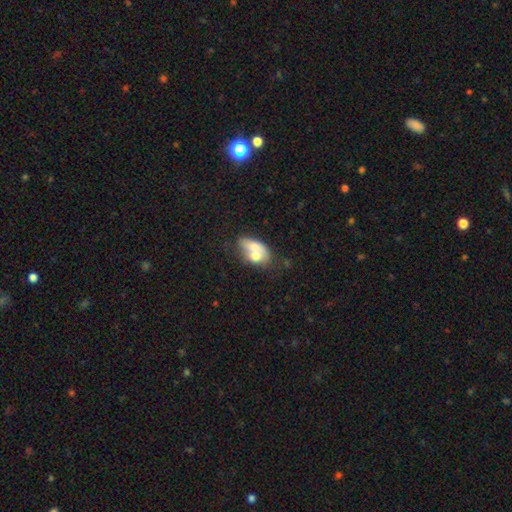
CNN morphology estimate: smooth-or-featured: smooth: 61% | featured or disk: 32% | star or artifact: 7%
  how-rounded: in between: 82% | round: 15% | cigar-shaped: 3%
  merging: merger: 64% | none: 20% | minor disturbance: 10% | major disturbance: 6%